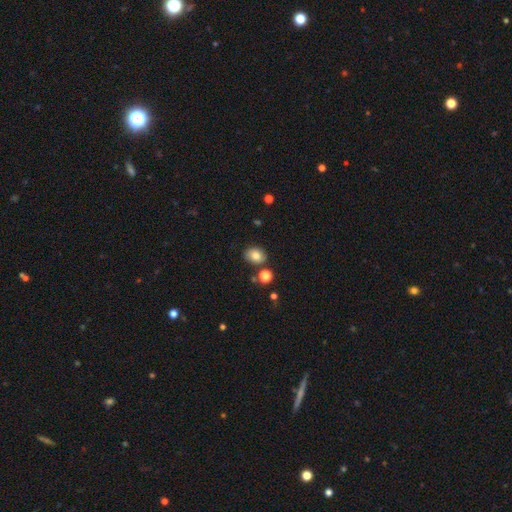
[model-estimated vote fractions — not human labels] The model was most divided on "how rounded": in between: 52%, round: 47%, cigar-shaped: 1%. More confident: smooth or featured — smooth (79%); merging — none (78%).